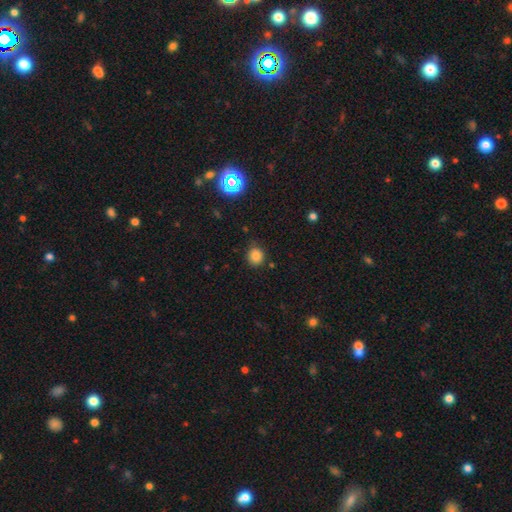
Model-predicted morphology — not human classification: Q: Smooth or featured?
A: smooth (82%); runner-up: star or artifact (13%)
Q: How rounded?
A: round (83%); runner-up: in between (16%)
Q: Merging?
A: none (79%); runner-up: minor disturbance (16%)